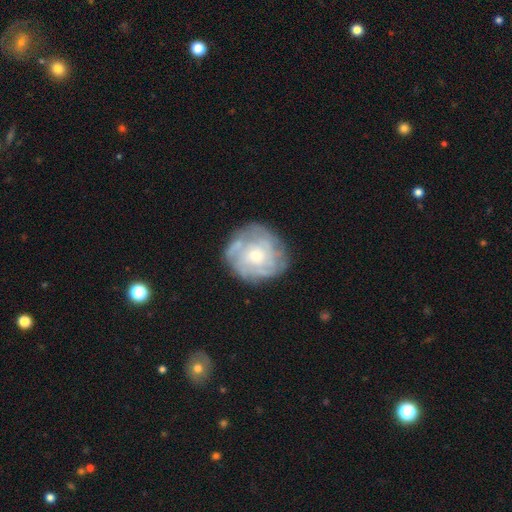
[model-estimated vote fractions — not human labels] featured or disk 67%, smooth 26%, star or artifact 8%. Down the decision tree: edge-on disk — no (97%); bar — no (82%); spiral arms — yes (70%); bulge size — small (50%); merging — none (75%).